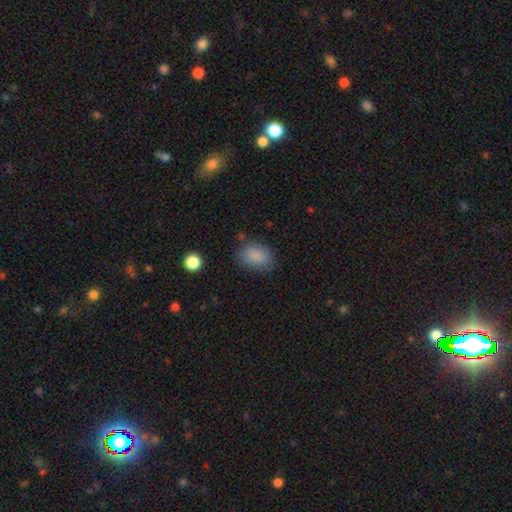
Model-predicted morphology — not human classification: This appears to be a smooth galaxy with no disk features (87%) that is in between round and cigar-shaped (75%). Merging: none (75%).